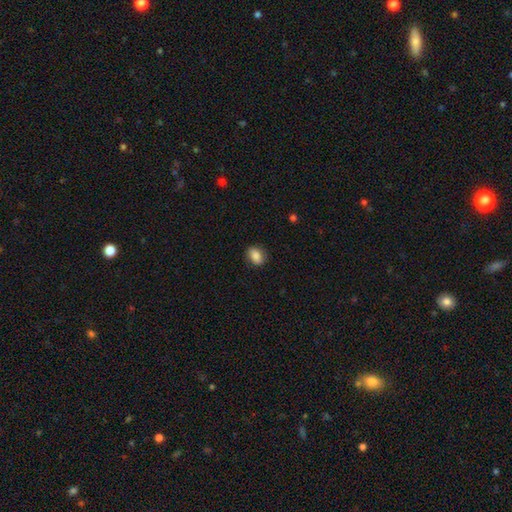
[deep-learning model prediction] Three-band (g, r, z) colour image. It shows a smooth galaxy with no disk features (81%) that is in between round and cigar-shaped (74%). Merging: none (84%).